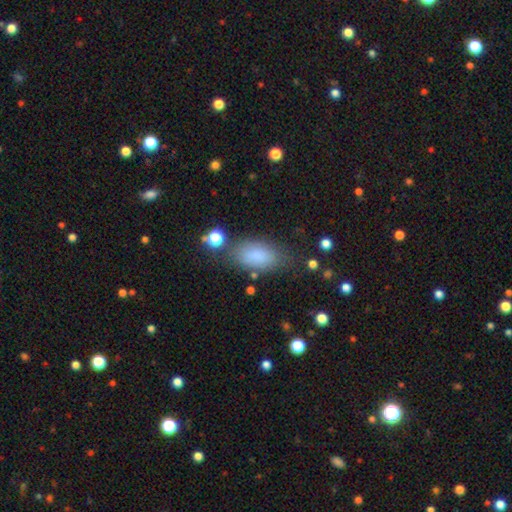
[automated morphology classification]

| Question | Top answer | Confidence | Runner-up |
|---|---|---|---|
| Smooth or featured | smooth | 83% | star or artifact (9%) |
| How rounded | in between | 90% | cigar-shaped (5%) |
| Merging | none | 68% | minor disturbance (19%) |